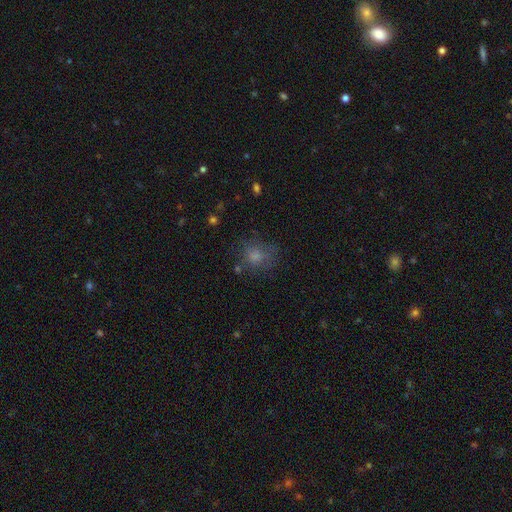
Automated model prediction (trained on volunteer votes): smooth-or-featured: smooth: 71% | star or artifact: 15% | featured or disk: 14%
  how-rounded: round: 69% | in between: 29% | cigar-shaped: 1%
  merging: none: 59% | minor disturbance: 21% | major disturbance: 16% | merger: 4%